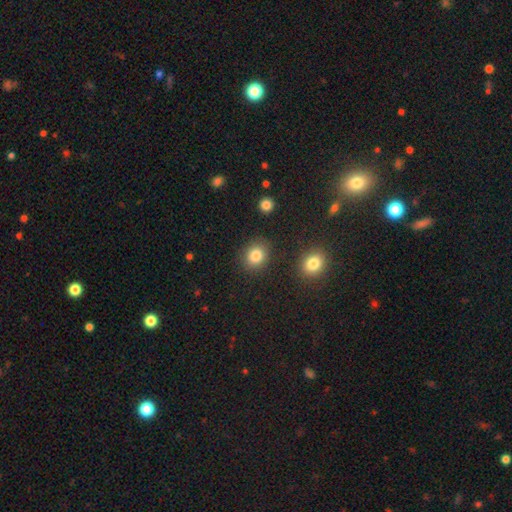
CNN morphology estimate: Smooth or featured?
  - smooth: 84% *
  - star or artifact: 10%
  - featured or disk: 6%
How rounded?
  - round: 70% *
  - in between: 29%
  - cigar-shaped: 1%
Merging?
  - none: 86% *
  - minor disturbance: 8%
  - merger: 3%
  - major disturbance: 3%